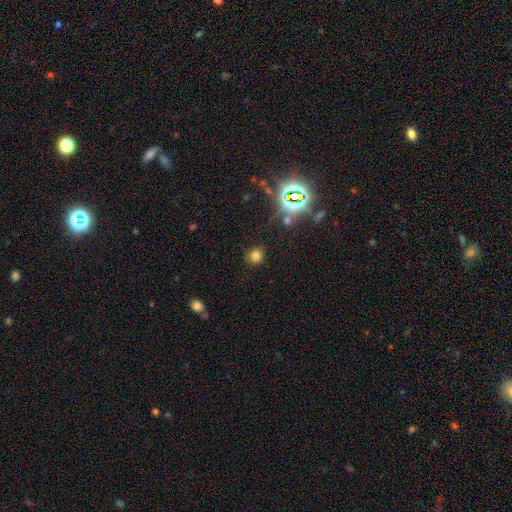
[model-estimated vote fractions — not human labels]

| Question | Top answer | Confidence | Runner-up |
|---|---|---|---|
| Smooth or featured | smooth | 73% | star or artifact (21%) |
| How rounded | round | 85% | in between (14%) |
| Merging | none | 85% | minor disturbance (9%) |